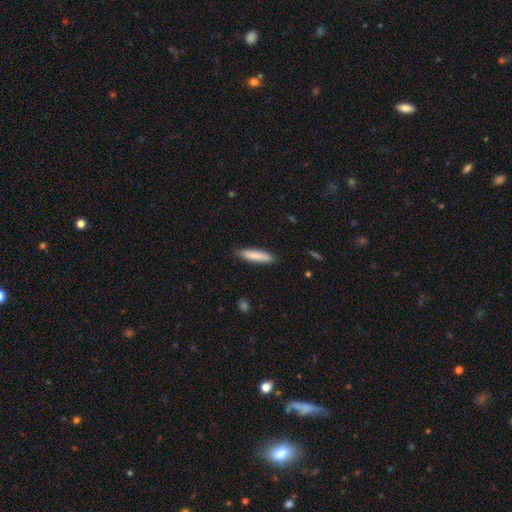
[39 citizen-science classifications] A smooth galaxy with no disk features (87%) that is cigar-shaped (71%).

Vote fractions:
- Smooth or featured? smooth: 87% / featured or disk: 8% / star or artifact: 5%
- How rounded? cigar-shaped: 71% / in between: 29% / round: 0%
- Merging? none: 92% / minor disturbance: 5% / merger: 3% / major disturbance: 0%